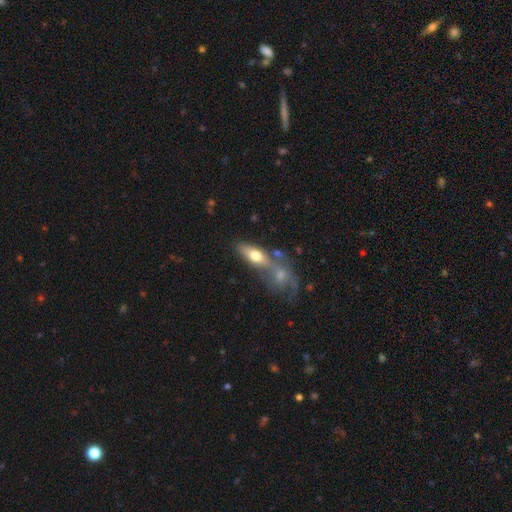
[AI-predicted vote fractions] Overall: smooth (62%; featured or disk 31%). How rounded: in between (67%; cigar-shaped 28%). Merging: merger (46%; none 35%).